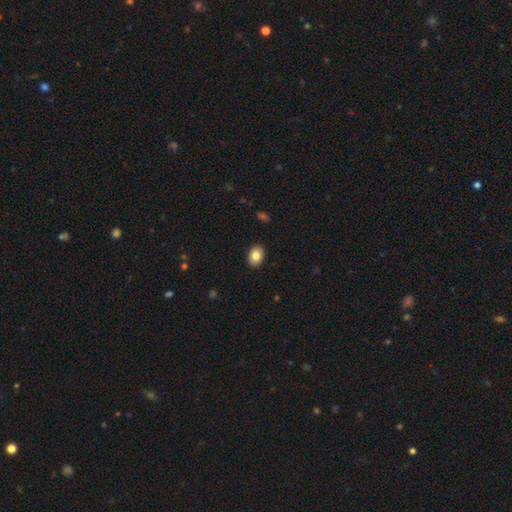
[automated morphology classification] A smooth galaxy with no disk features (83%) that is in between round and cigar-shaped (71%).

Vote fractions:
- Smooth or featured? smooth: 83% / featured or disk: 9% / star or artifact: 8%
- How rounded? in between: 71% / round: 28% / cigar-shaped: 1%
- Merging? none: 91% / minor disturbance: 7% / major disturbance: 2% / merger: 1%